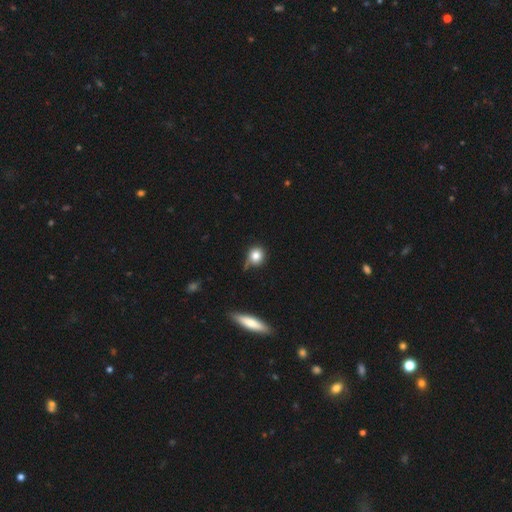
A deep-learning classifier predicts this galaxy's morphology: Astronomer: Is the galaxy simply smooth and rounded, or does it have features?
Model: smooth — 80%.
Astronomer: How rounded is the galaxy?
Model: round — 81%.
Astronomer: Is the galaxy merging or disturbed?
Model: none — 60%.